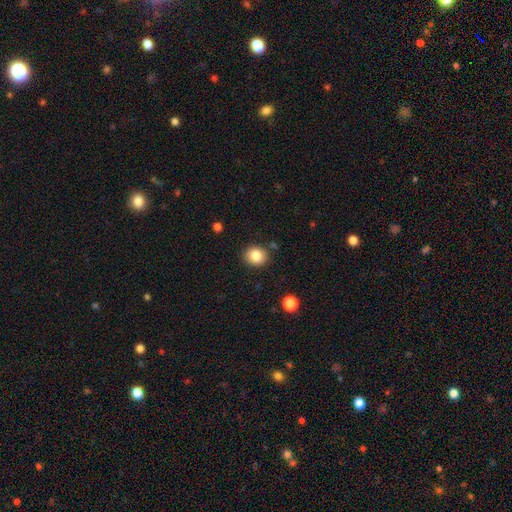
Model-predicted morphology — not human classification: type=smooth (85%); roundness=round (70%); merging=none (86%).